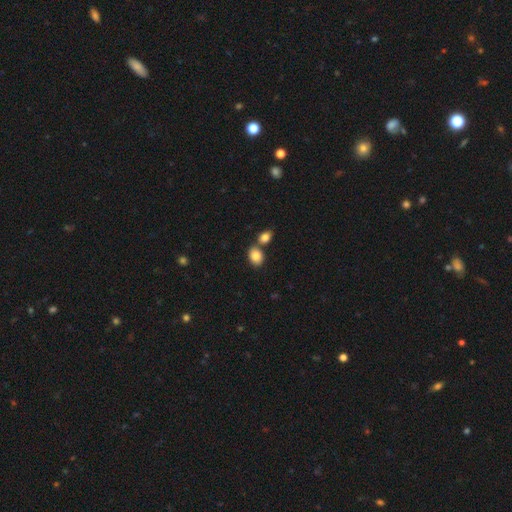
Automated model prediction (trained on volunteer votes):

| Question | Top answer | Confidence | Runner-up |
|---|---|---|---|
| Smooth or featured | smooth | 85% | star or artifact (8%) |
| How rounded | in between | 67% | round (32%) |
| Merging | none | 58% | merger (29%) |